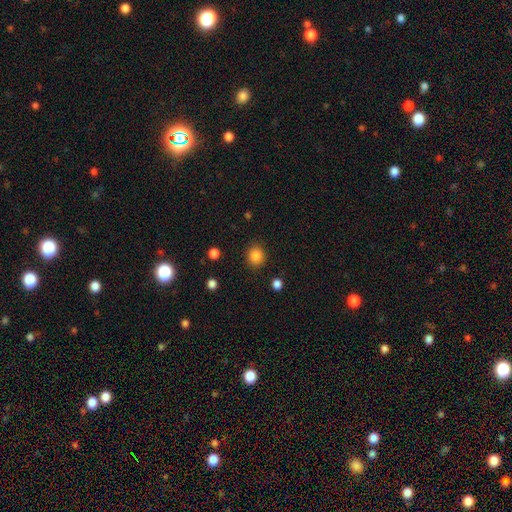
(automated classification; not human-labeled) Smooth or featured? smooth (85%)
How rounded? round (83%)
Merging? none (90%)